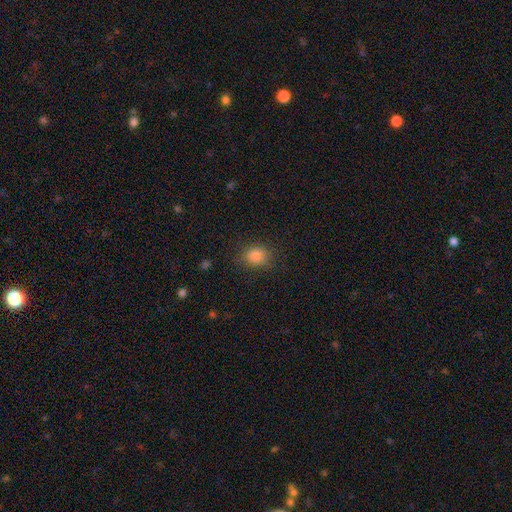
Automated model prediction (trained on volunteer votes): smooth 84%, star or artifact 12%, featured or disk 4%. Down the decision tree: how rounded — round (61%); merging — none (84%).